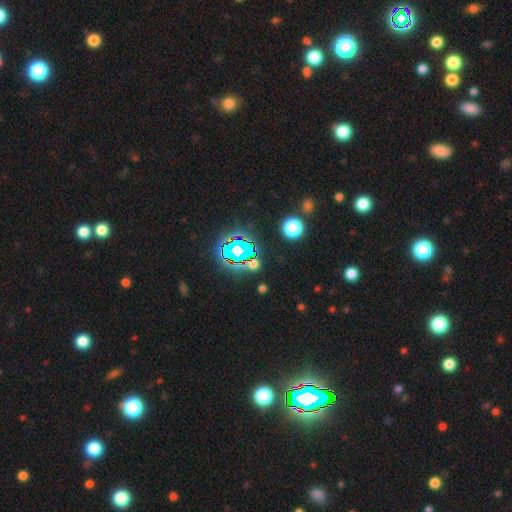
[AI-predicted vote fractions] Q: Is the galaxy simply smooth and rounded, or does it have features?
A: star or artifact — 80%.